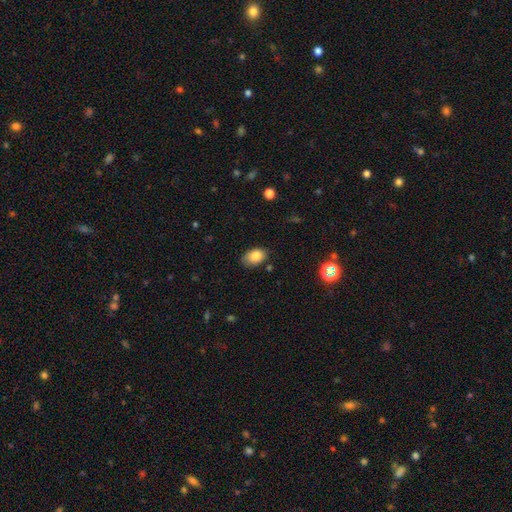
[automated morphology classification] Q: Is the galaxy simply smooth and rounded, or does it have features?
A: smooth — 84%.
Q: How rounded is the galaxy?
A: in between — 86%.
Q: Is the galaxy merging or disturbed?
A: none — 75%.